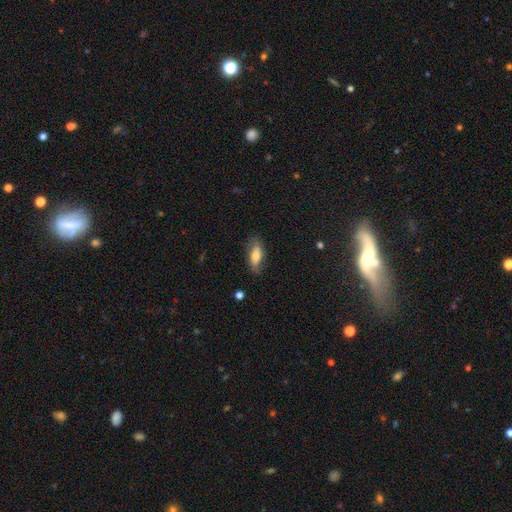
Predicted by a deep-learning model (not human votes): Overall: smooth (62%; featured or disk 32%). How rounded: in between (76%). Merging: none (76%).